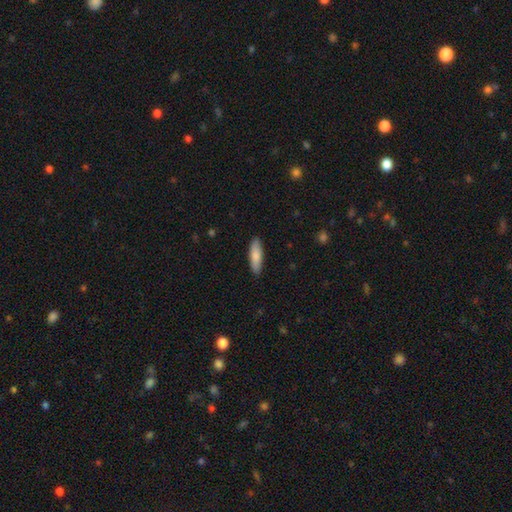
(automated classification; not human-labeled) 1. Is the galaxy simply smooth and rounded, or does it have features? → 83% smooth, 12% featured or disk, 5% star or artifact.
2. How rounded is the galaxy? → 54% cigar-shaped, 45% in between, 2% round.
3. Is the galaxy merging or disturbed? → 89% none, 8% minor disturbance, 2% major disturbance, 1% merger.